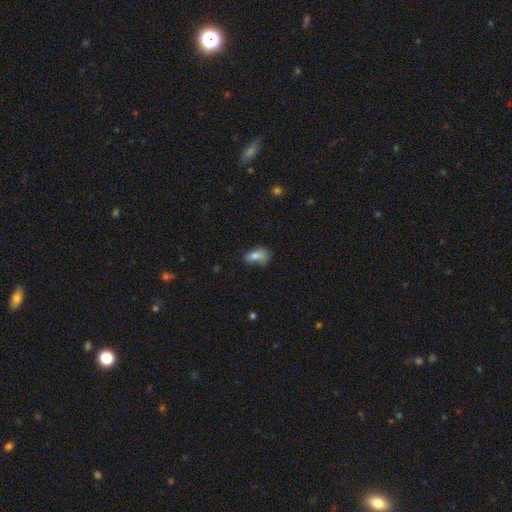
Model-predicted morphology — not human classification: The model was most divided on "merging": none: 43%, minor disturbance: 36%, major disturbance: 16%, merger: 4%. More confident: how rounded — in between (87%); smooth or featured — smooth (80%).